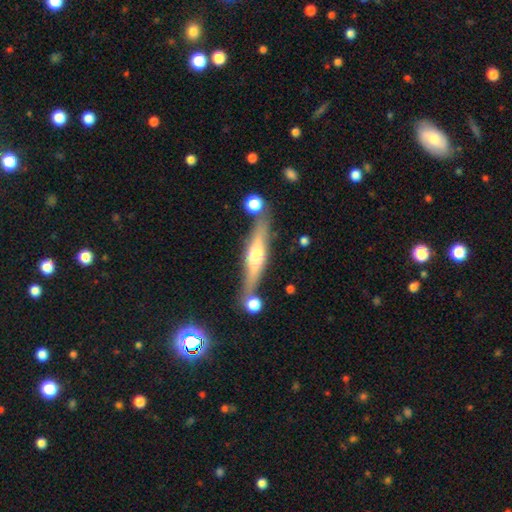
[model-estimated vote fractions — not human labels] Smooth or featured? Predicted: featured or disk (p=0.61). Edge-on disk? Predicted: yes (p=0.93). Edge-on bulge? Predicted: rounded (p=0.88). Merging? Predicted: none (p=0.76).